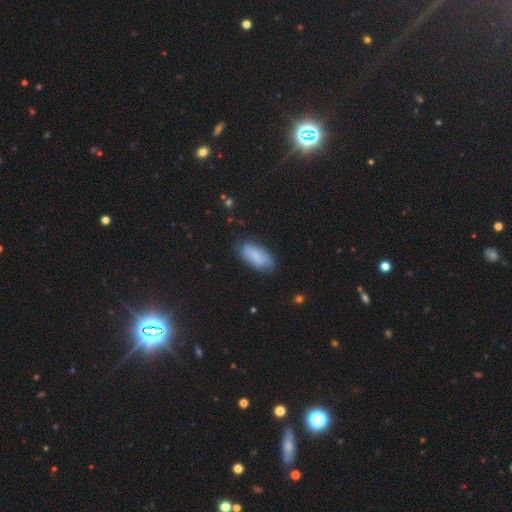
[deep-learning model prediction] Smooth or featured?
  - smooth: 79% *
  - featured or disk: 14%
  - star or artifact: 7%
How rounded?
  - in between: 86% *
  - cigar-shaped: 12%
  - round: 2%
Merging?
  - none: 74% *
  - minor disturbance: 20%
  - major disturbance: 4%
  - merger: 2%